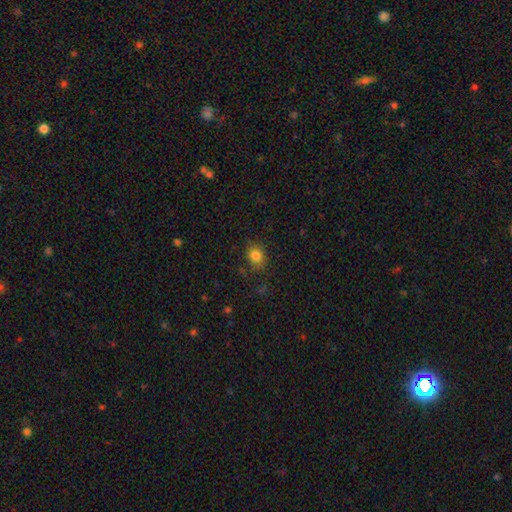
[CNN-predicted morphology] Smooth or featured? Predicted: smooth (p=0.82). How rounded? Predicted: round (p=0.54). Merging? Predicted: none (p=0.78).